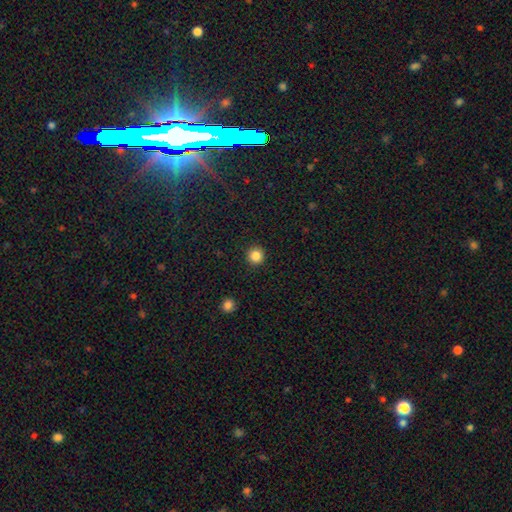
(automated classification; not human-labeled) Smooth or featured?
  - smooth: 85% *
  - star or artifact: 11%
  - featured or disk: 4%
How rounded?
  - round: 95% *
  - in between: 4%
  - cigar-shaped: 1%
Merging?
  - none: 93% *
  - minor disturbance: 4%
  - major disturbance: 2%
  - merger: 1%